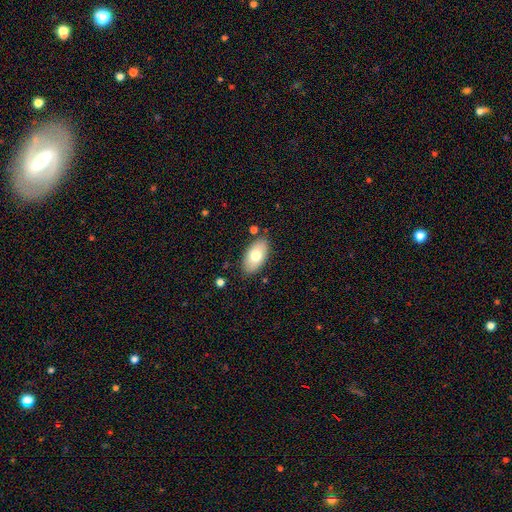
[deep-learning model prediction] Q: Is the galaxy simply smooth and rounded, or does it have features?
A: smooth — 73%.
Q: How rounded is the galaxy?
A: in between — 94%.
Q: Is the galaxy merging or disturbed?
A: none — 85%.